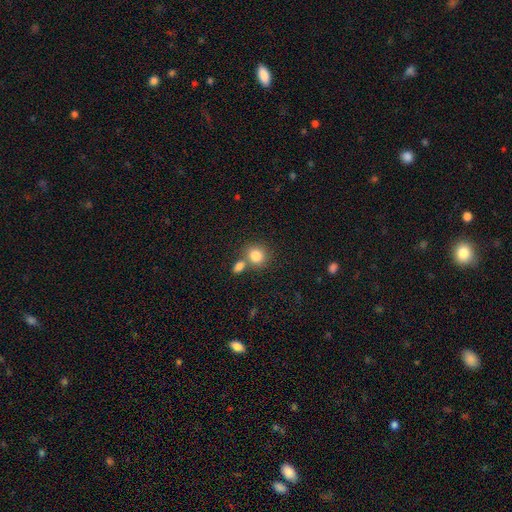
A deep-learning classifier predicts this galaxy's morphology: Smooth or featured?
  - smooth: 82% *
  - star or artifact: 10%
  - featured or disk: 8%
How rounded?
  - round: 80% *
  - in between: 19%
  - cigar-shaped: 1%
Merging?
  - none: 54% *
  - merger: 33%
  - minor disturbance: 9%
  - major disturbance: 3%